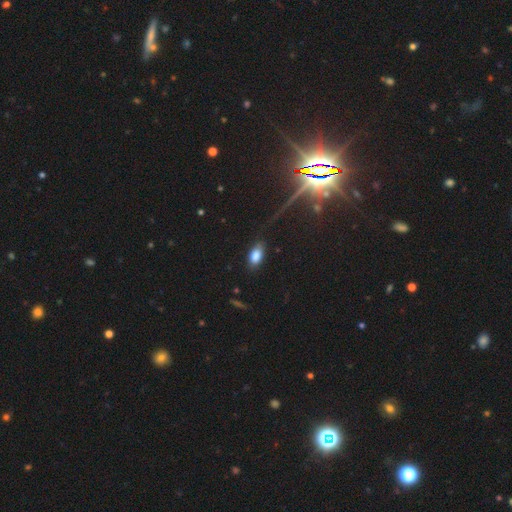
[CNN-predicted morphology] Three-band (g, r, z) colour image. It shows a smooth galaxy with no disk features (83%) that is in between round and cigar-shaped (91%). Merging: none (78%).